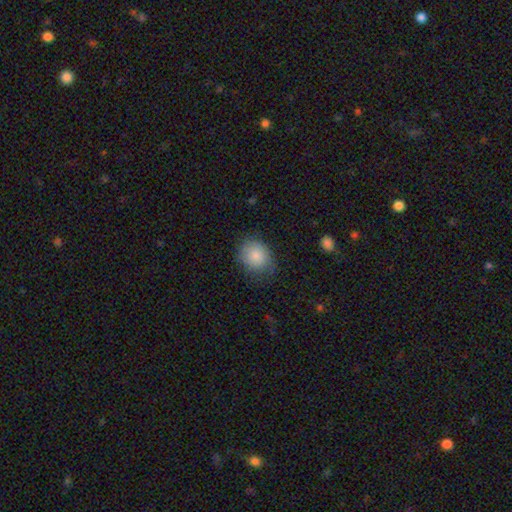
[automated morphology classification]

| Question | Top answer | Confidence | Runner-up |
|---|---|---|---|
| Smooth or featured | smooth | 84% | featured or disk (8%) |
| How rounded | round | 62% | in between (37%) |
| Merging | none | 65% | minor disturbance (26%) |